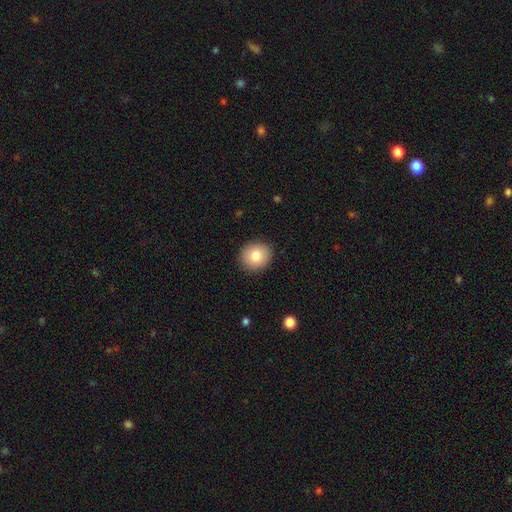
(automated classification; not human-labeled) Morphology: type=smooth (81%); roundness=round (80%); merging=none (90%).